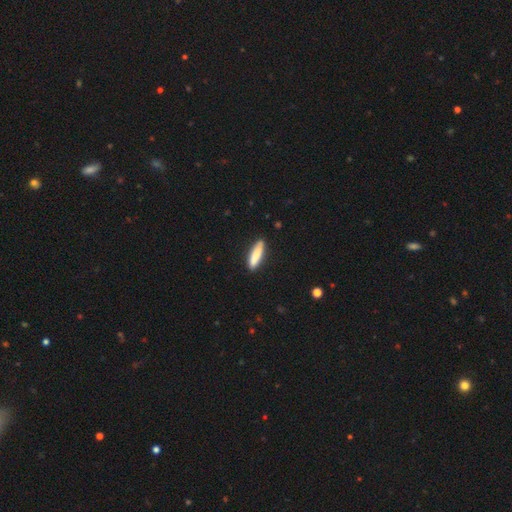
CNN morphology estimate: Smooth or featured?
  - smooth: 84% *
  - featured or disk: 10%
  - star or artifact: 6%
How rounded?
  - cigar-shaped: 72% *
  - in between: 26%
  - round: 1%
Merging?
  - none: 87% *
  - minor disturbance: 10%
  - major disturbance: 2%
  - merger: 1%